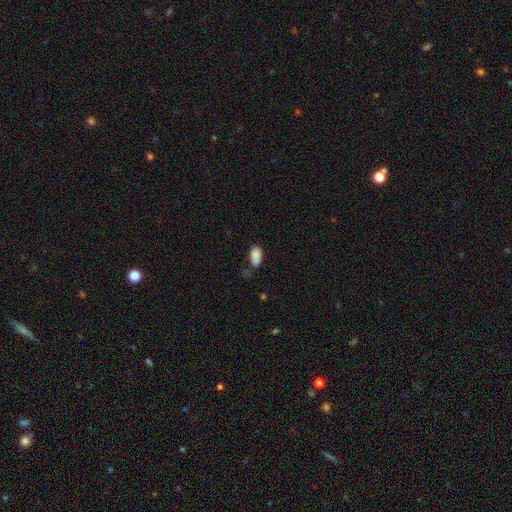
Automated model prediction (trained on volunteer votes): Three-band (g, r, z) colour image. It shows a smooth galaxy with no disk features (87%) that is in between round and cigar-shaped (93%). Merging: none (59%).